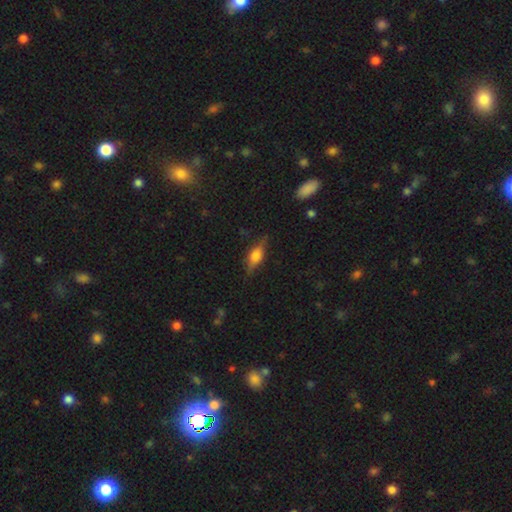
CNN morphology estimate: Q: Smooth or featured?
A: smooth (48%); runner-up: featured or disk (44%)
Q: Merging?
A: none (78%); runner-up: minor disturbance (17%)